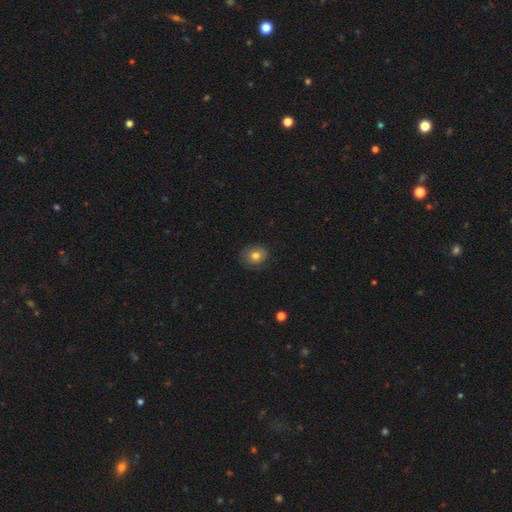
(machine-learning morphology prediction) The model was most divided on "how rounded": round: 70%, in between: 29%, cigar-shaped: 1%. More confident: merging — none (81%); smooth or featured — smooth (74%).